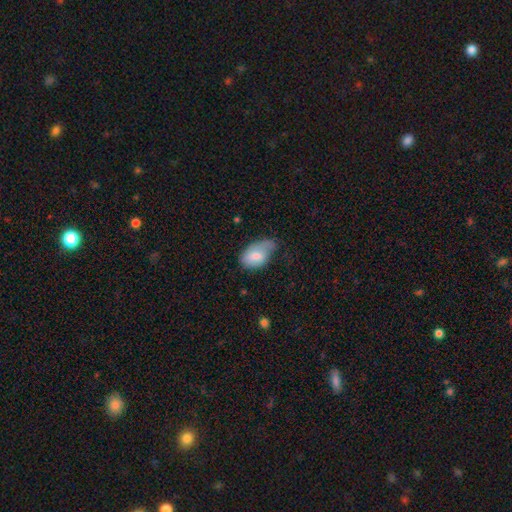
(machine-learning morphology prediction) smooth-or-featured: smooth: 76% | featured or disk: 18% | star or artifact: 6%
  how-rounded: in between: 92% | round: 6% | cigar-shaped: 2%
  merging: minor disturbance: 43% | none: 33% | major disturbance: 21% | merger: 3%